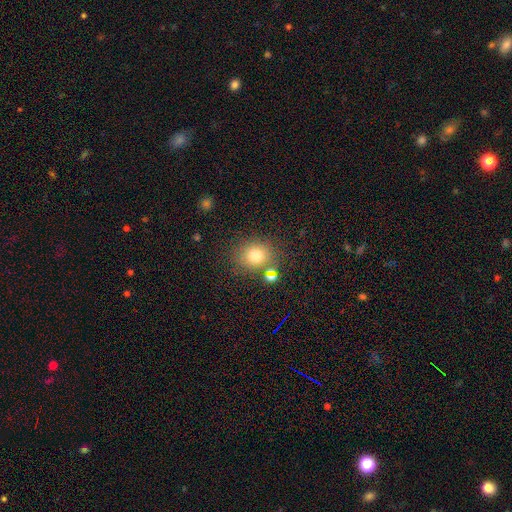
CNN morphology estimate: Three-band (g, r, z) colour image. It shows a smooth galaxy with no disk features (76%) that is round (70%). Merging: none (73%).